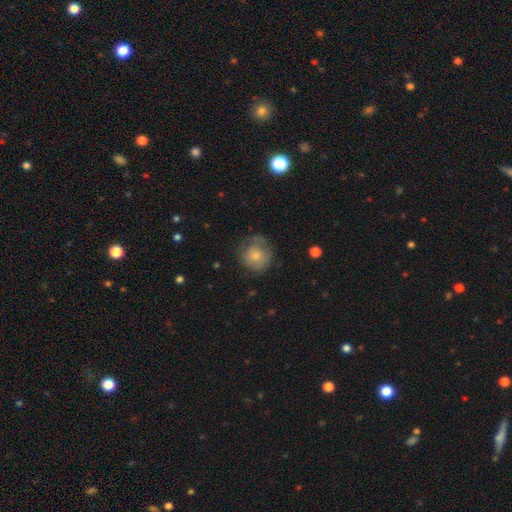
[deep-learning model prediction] Overall: smooth (69%). How rounded: round (87%). Merging: none (60%; minor disturbance 25%).